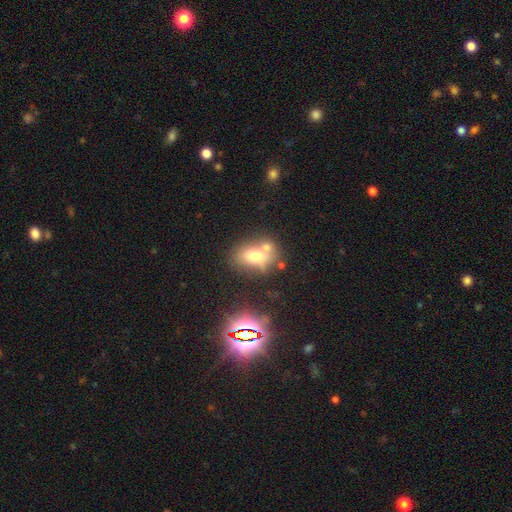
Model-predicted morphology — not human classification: Q: Smooth or featured?
A: smooth (67%); runner-up: featured or disk (19%)
Q: How rounded?
A: in between (78%); runner-up: round (18%)
Q: Merging?
A: none (45%); runner-up: merger (32%)